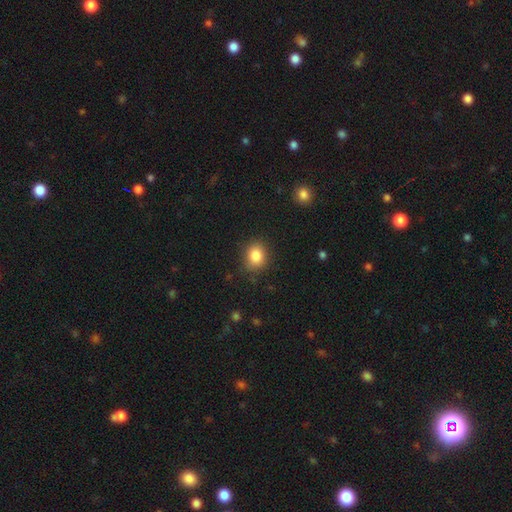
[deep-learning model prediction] Smooth or featured? Predicted: smooth (p=0.85). How rounded? Predicted: round (p=0.55). Merging? Predicted: none (p=0.84).